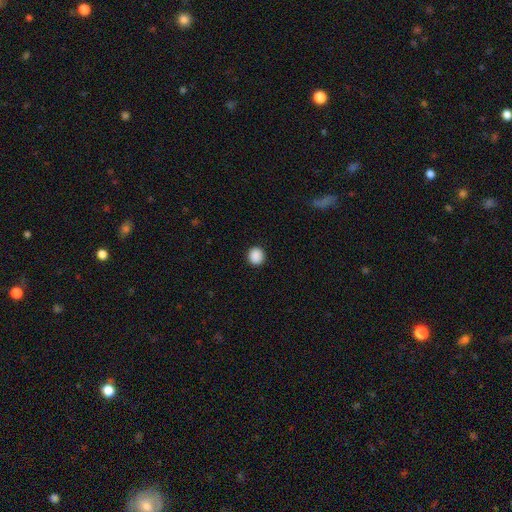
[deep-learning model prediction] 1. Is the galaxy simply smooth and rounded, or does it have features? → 89% smooth, 9% star or artifact, 2% featured or disk.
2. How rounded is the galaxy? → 90% round, 9% in between, 1% cigar-shaped.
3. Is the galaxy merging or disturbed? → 92% none, 5% minor disturbance, 2% major disturbance, 1% merger.